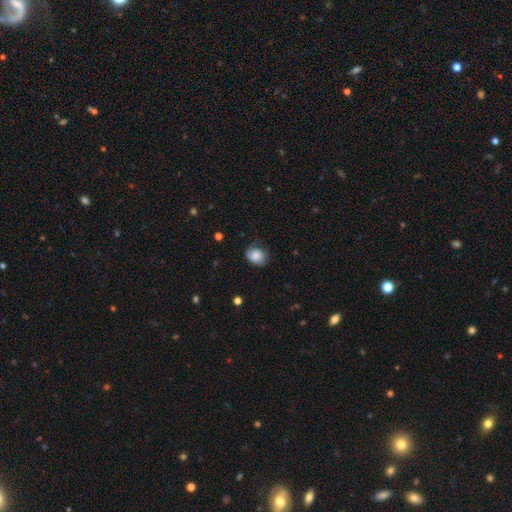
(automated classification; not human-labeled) This is clearly a smooth galaxy (80%). How rounded: possibly round (53%). Merging: likely none (62%).